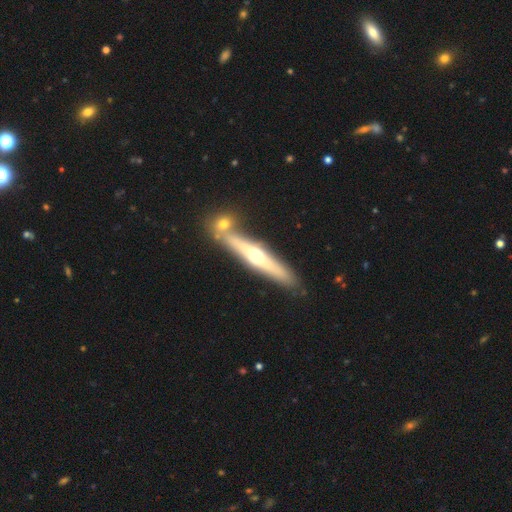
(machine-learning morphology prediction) Smooth or featured?
  - featured or disk: 62% *
  - smooth: 33%
  - star or artifact: 6%
Edge-on disk?
  - yes: 90% *
  - no: 10%
Edge-on bulge?
  - rounded: 90% *
  - none: 7%
  - boxy: 3%
Merging?
  - none: 72% *
  - merger: 15%
  - minor disturbance: 10%
  - major disturbance: 3%